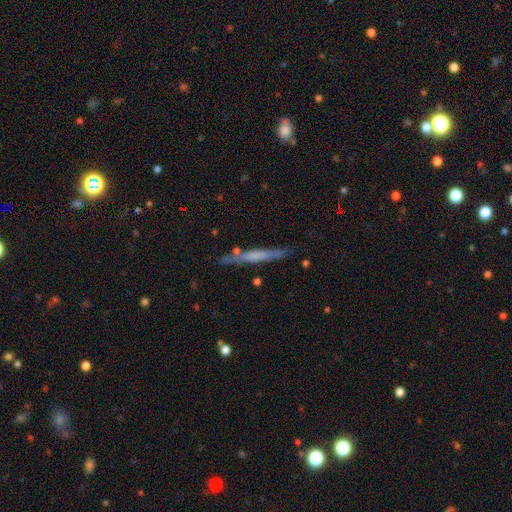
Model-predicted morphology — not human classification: Smooth or featured? featured or disk (49%)
Merging? none (80%)